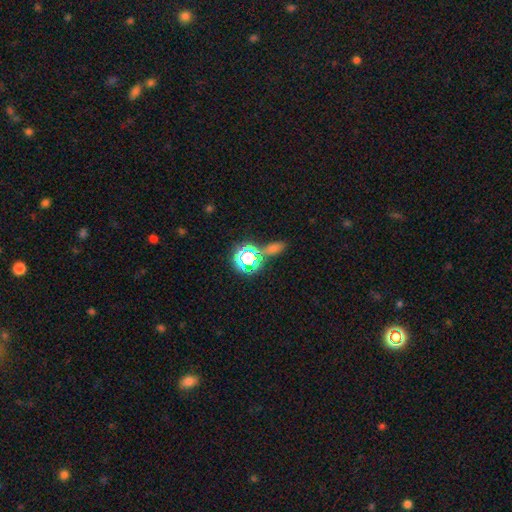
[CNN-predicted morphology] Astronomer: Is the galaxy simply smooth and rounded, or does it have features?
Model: star or artifact — 55% (runner-up: smooth, 35%).